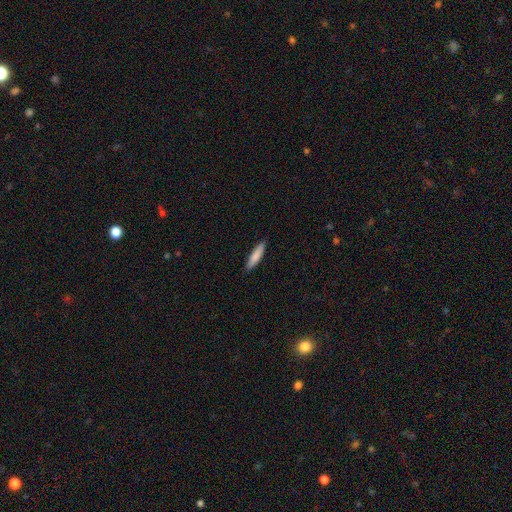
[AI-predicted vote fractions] smooth-or-featured: smooth: 84% | featured or disk: 11% | star or artifact: 6%
  how-rounded: cigar-shaped: 84% | in between: 15% | round: 1%
  merging: none: 89% | minor disturbance: 8% | major disturbance: 2% | merger: 1%